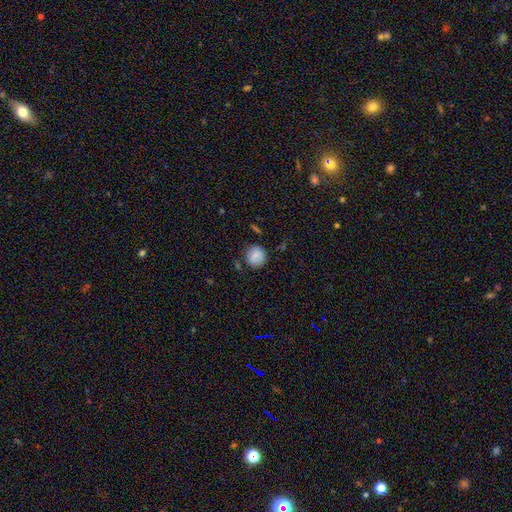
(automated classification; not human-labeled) A smooth galaxy with no disk features (81%) that is round (87%).

Vote fractions:
- Smooth or featured? smooth: 81% / featured or disk: 10% / star or artifact: 9%
- How rounded? round: 87% / in between: 12% / cigar-shaped: 1%
- Merging? none: 78% / minor disturbance: 15% / major disturbance: 4% / merger: 3%